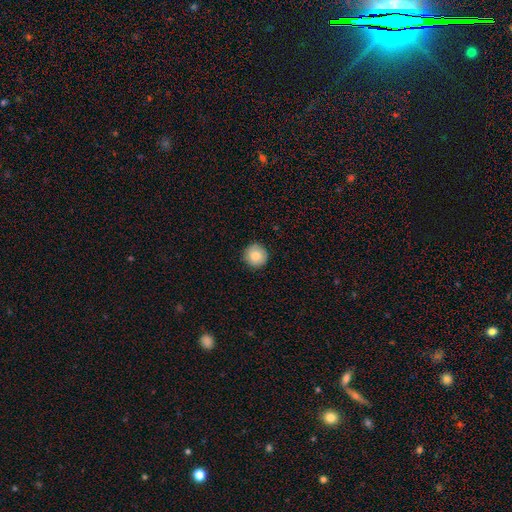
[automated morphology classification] smooth_or_featured: smooth (p=0.84) [alt: star or artifact p=0.08]
how_rounded: round (p=0.95) [alt: in between p=0.04]
merging: none (p=0.90) [alt: minor disturbance p=0.07]